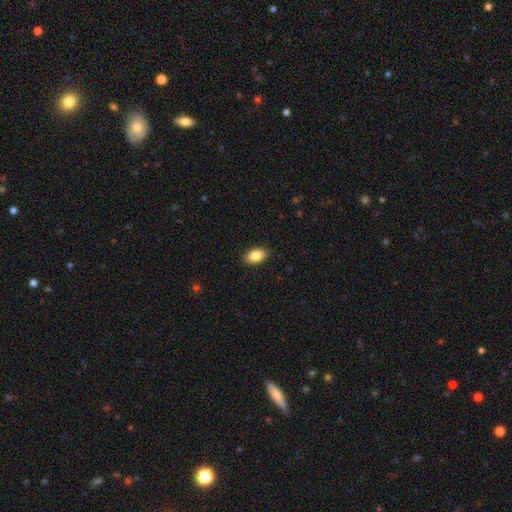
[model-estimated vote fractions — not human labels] Smooth or featured? Predicted: smooth (p=0.85). How rounded? Predicted: in between (p=0.90). Merging? Predicted: none (p=0.87).